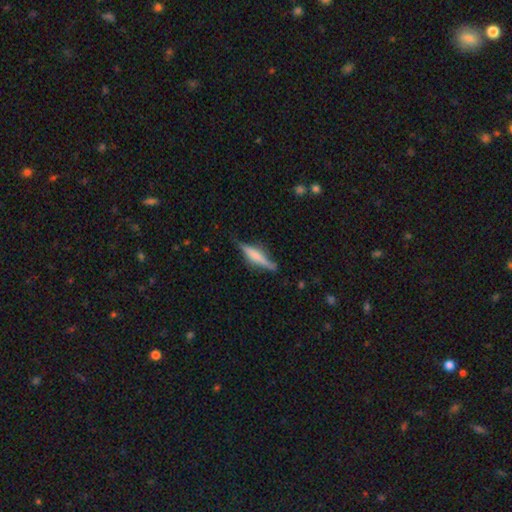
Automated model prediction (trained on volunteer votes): This appears to be a featured or disk galaxy (52%) viewed edge-on (95%). Merging: none (74%).